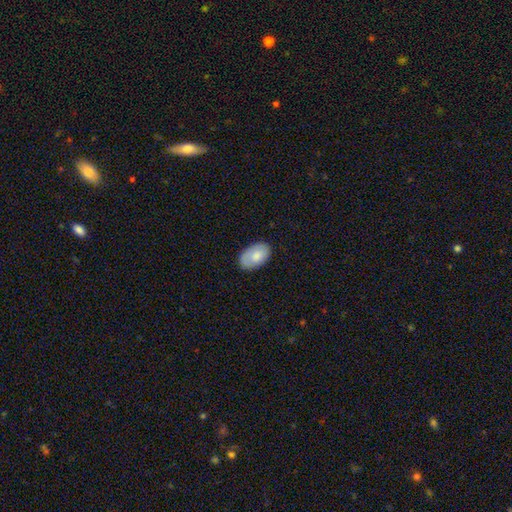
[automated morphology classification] smooth 81%, featured or disk 13%, star or artifact 6%. Down the decision tree: how rounded — in between (93%); merging — none (82%).